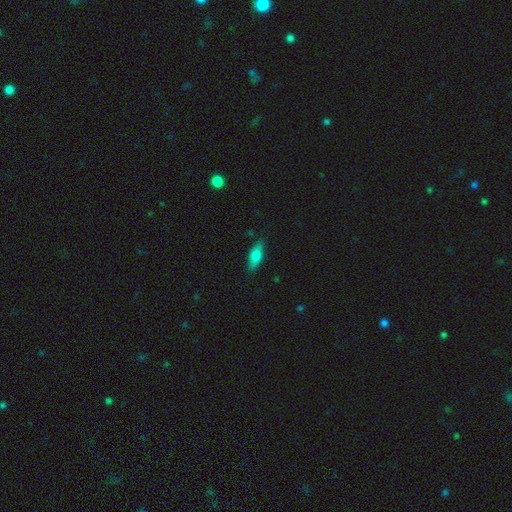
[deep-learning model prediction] This appears to be a smooth galaxy with no disk features (73%) that is in between round and cigar-shaped (69%). Merging: none (83%).